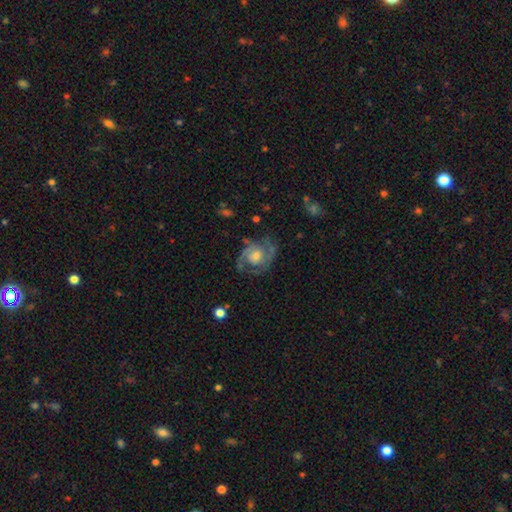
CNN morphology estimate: This appears to be a featured or disk galaxy (86%) with no bar (69%), 2 (80%) medium (48%) spiral arms (95%) and a moderate central bulge (57%). Merging: none (70%).